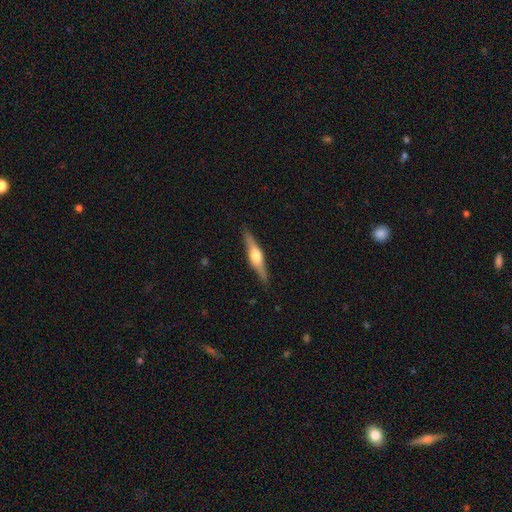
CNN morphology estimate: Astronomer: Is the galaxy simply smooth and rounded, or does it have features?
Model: featured or disk — 71%.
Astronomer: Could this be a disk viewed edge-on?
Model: yes — 97%.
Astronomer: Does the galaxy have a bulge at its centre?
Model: rounded — 91%.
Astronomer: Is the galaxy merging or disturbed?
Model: none — 90%.